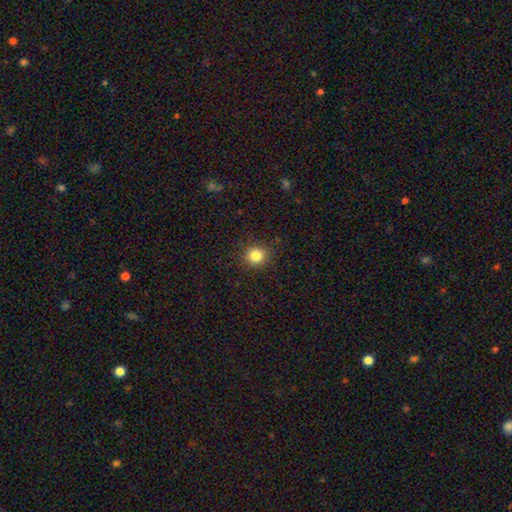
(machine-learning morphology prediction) Smooth or featured?
  - smooth: 83% *
  - star or artifact: 12%
  - featured or disk: 5%
How rounded?
  - round: 89% *
  - in between: 10%
  - cigar-shaped: 1%
Merging?
  - none: 90% *
  - minor disturbance: 7%
  - major disturbance: 2%
  - merger: 1%